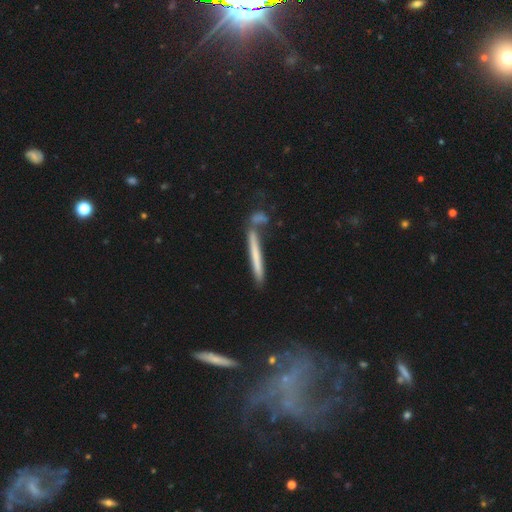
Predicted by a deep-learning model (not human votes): This is possibly a smooth galaxy (55%). How rounded: clearly cigar-shaped (96%). Merging: likely none (66%).